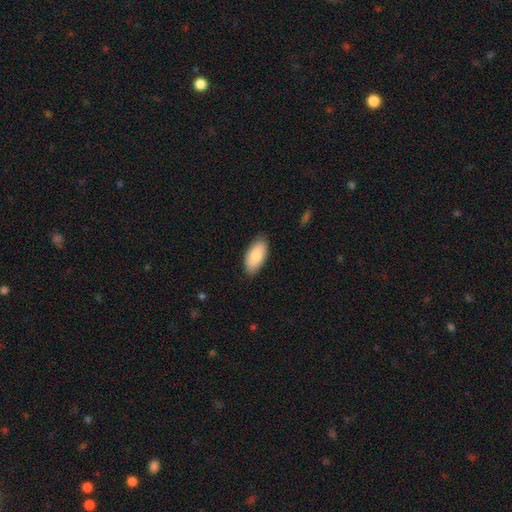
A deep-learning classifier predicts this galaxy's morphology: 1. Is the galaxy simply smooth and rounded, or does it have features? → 81% smooth, 13% featured or disk, 6% star or artifact.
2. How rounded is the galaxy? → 93% in between, 5% cigar-shaped, 2% round.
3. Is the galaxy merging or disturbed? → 84% none, 13% minor disturbance, 2% major disturbance, 1% merger.